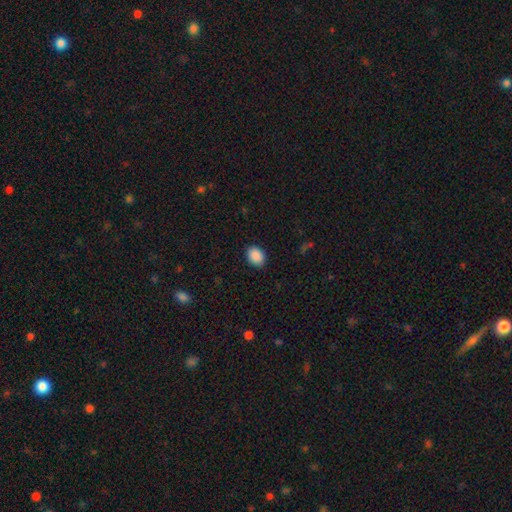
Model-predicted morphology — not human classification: Overall: smooth (90%). How rounded: in between (67%; round 32%). Merging: none (89%).